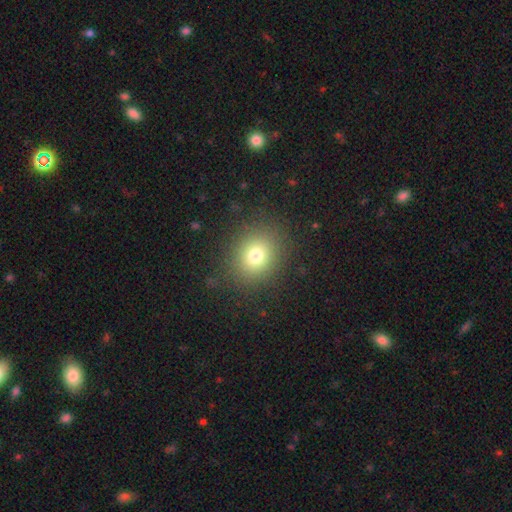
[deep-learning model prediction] Smooth or featured: smooth — 75% (star or artifact — 15%)
How rounded: round — 74% (in between — 25%)
Merging: none — 85% (minor disturbance — 9%)